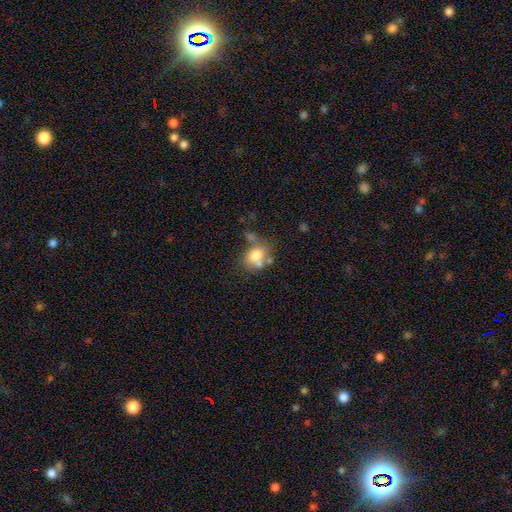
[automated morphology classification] Smooth or featured?
  - smooth: 70% *
  - featured or disk: 19%
  - star or artifact: 11%
How rounded?
  - in between: 50% *
  - round: 49%
  - cigar-shaped: 1%
Merging?
  - none: 43% *
  - merger: 31%
  - minor disturbance: 17%
  - major disturbance: 9%